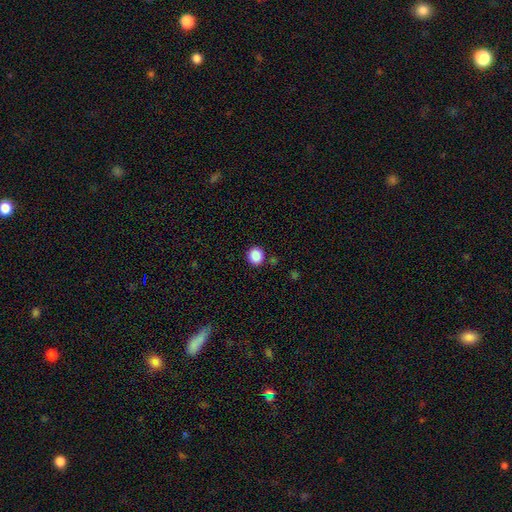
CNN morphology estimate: Smooth or featured? smooth (88%)
How rounded? round (84%)
Merging? none (87%)